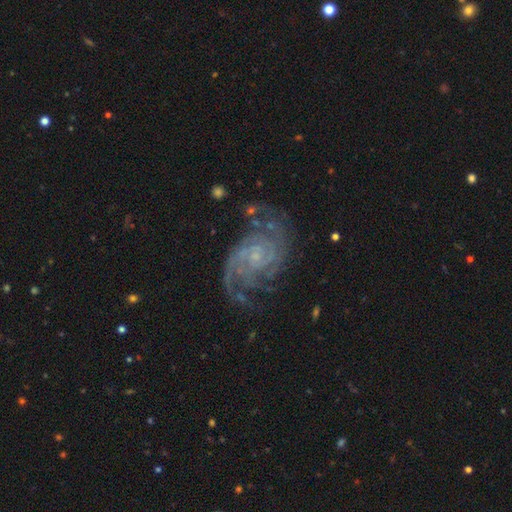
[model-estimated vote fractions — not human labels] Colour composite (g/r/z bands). It shows a featured or disk galaxy (89%) with no bar (66%), 2 (39%) tight (45%) spiral arms (97%) and a small central bulge (78%). Merging: none (67%).